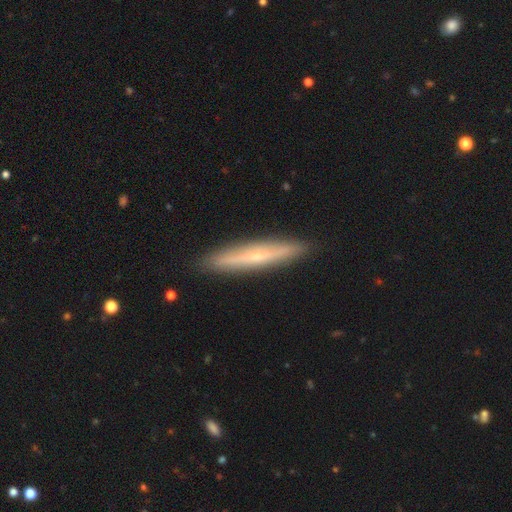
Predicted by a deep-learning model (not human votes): Overall: featured or disk (56%; smooth 38%). Edge-on disk: yes (91%). Edge-on bulge: rounded (55%; none 41%). Merging: none (90%).